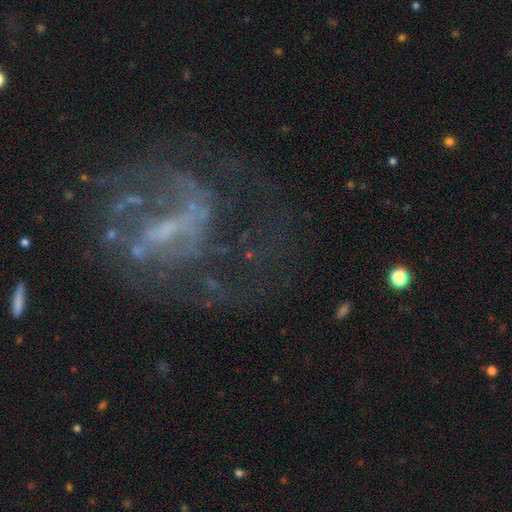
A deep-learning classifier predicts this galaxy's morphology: Smooth or featured? Predicted: featured or disk (p=0.76). Edge-on disk? Predicted: no (p=0.97). Bar? Predicted: weak (p=0.43). Spiral arms? Predicted: yes (p=0.71). Spiral winding? Predicted: medium (p=0.42). Spiral arm count? Predicted: 2 (p=0.37). Bulge size? Predicted: small (p=0.44). Merging? Predicted: none (p=0.48).